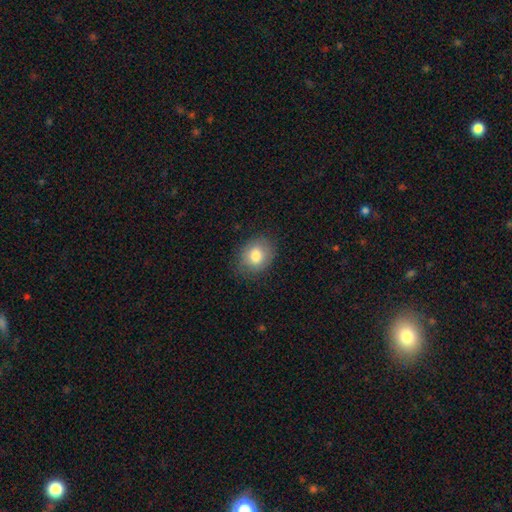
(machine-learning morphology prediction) A smooth galaxy with no disk features (80%) that is round (52%).

Vote fractions:
- Smooth or featured? smooth: 80% / featured or disk: 12% / star or artifact: 8%
- How rounded? round: 52% / in between: 47% / cigar-shaped: 1%
- Merging? none: 79% / minor disturbance: 16% / major disturbance: 5% / merger: 1%